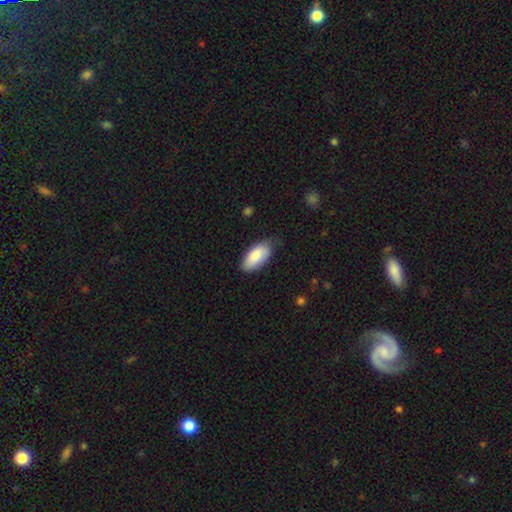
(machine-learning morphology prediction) Overall: smooth (84%). How rounded: in between (92%). Merging: none (68%).